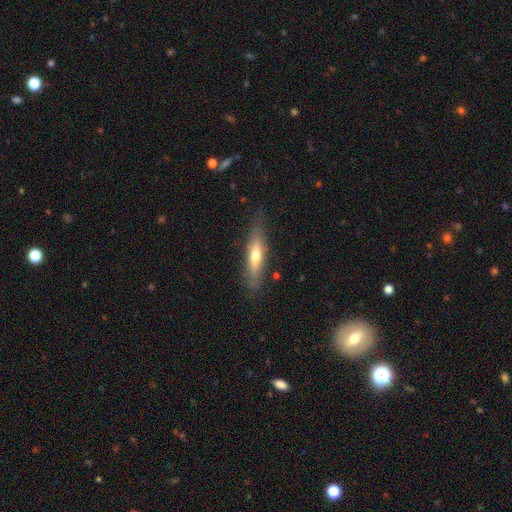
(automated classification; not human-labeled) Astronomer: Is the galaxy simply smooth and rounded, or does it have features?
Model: smooth — 52% (runner-up: featured or disk, 42%).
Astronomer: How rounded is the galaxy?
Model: cigar-shaped — 70%.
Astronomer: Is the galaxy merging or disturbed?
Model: none — 79%.